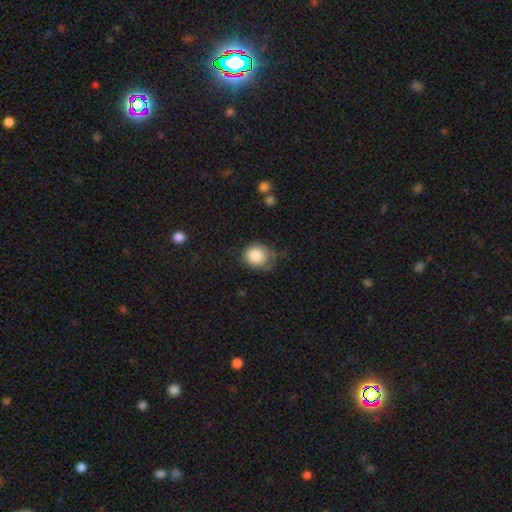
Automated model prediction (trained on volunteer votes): Morphology: type=smooth (86%); roundness=round (76%); merging=none (57%).